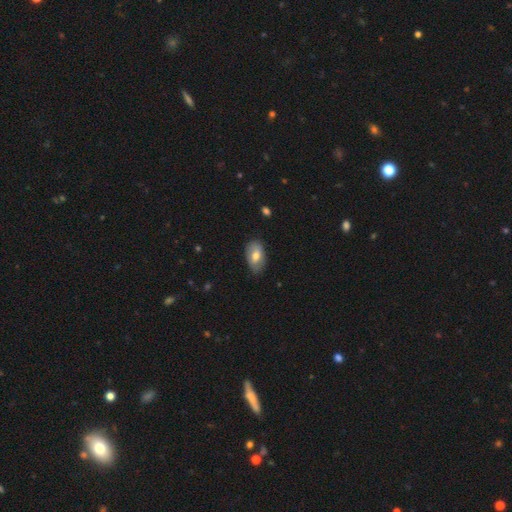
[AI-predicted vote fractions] smooth-or-featured: smooth: 68% | featured or disk: 25% | star or artifact: 7%
  how-rounded: in between: 93% | round: 5% | cigar-shaped: 2%
  merging: none: 79% | minor disturbance: 17% | major disturbance: 3% | merger: 1%